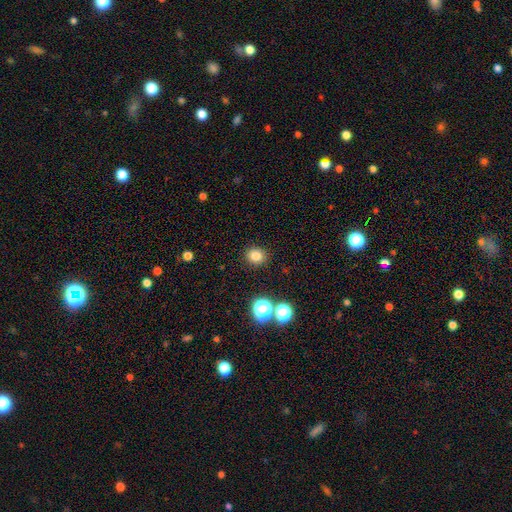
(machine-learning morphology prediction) smooth-or-featured: smooth: 81% | star or artifact: 14% | featured or disk: 6%
  how-rounded: round: 79% | in between: 21% | cigar-shaped: 1%
  merging: none: 89% | minor disturbance: 7% | major disturbance: 2% | merger: 2%